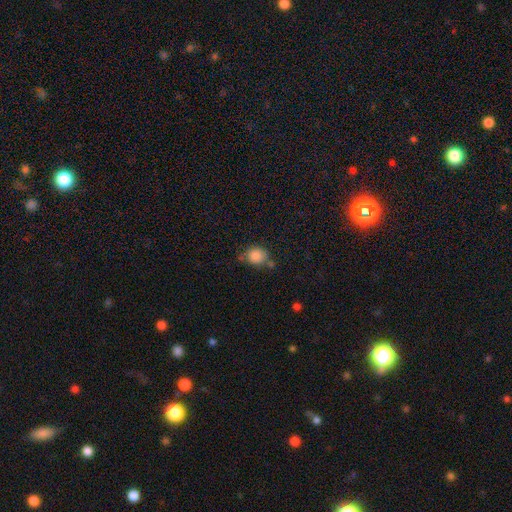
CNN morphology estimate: Smooth or featured? Predicted: smooth (p=0.85). How rounded? Predicted: round (p=0.68). Merging? Predicted: none (p=0.60).